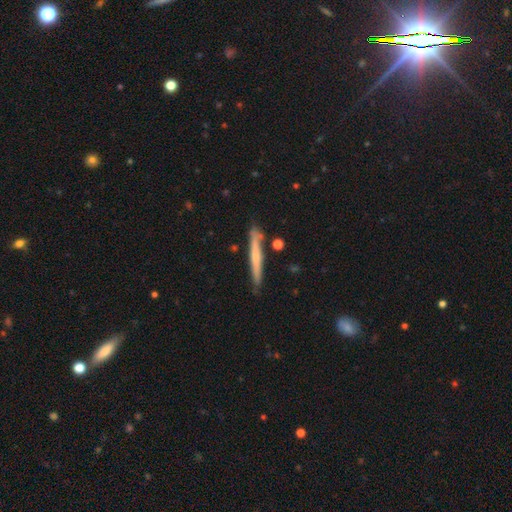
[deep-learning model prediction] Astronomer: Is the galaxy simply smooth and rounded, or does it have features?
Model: smooth — 52% (runner-up: featured or disk, 42%).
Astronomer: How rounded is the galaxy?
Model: cigar-shaped — 96%.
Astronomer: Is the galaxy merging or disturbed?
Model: none — 82%.